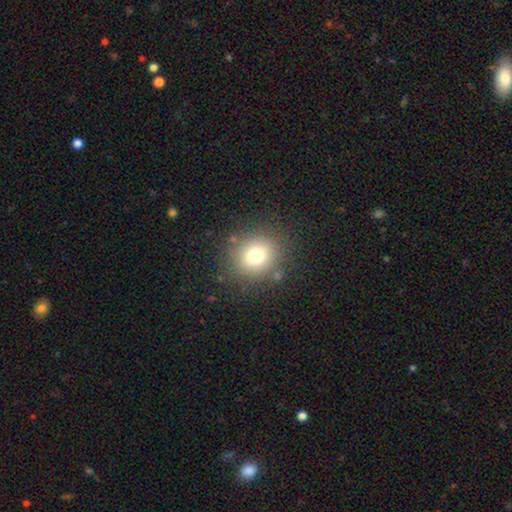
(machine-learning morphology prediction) Smooth or featured? Predicted: smooth (p=0.75). How rounded? Predicted: round (p=0.80). Merging? Predicted: none (p=0.84).